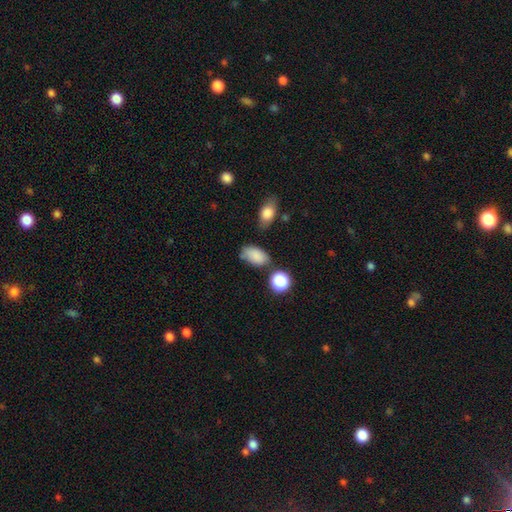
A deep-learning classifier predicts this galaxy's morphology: smooth 82%, star or artifact 10%, featured or disk 8%. Down the decision tree: how rounded — in between (89%); merging — none (60%).